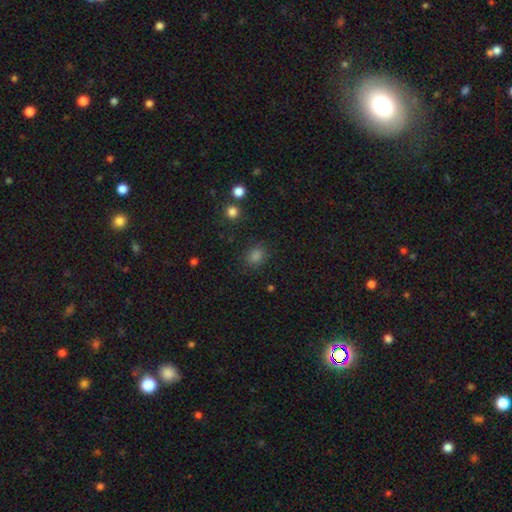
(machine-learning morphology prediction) smooth 76%, star or artifact 19%, featured or disk 4%. Down the decision tree: how rounded — round (65%); merging — none (86%).